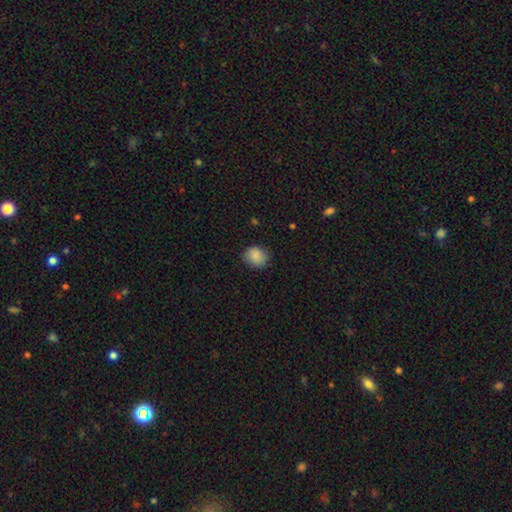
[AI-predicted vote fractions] A smooth galaxy with no disk features (88%) that is round (73%).

Vote fractions:
- Smooth or featured? smooth: 88% / star or artifact: 8% / featured or disk: 4%
- How rounded? round: 73% / in between: 26% / cigar-shaped: 1%
- Merging? none: 84% / minor disturbance: 12% / major disturbance: 3% / merger: 1%